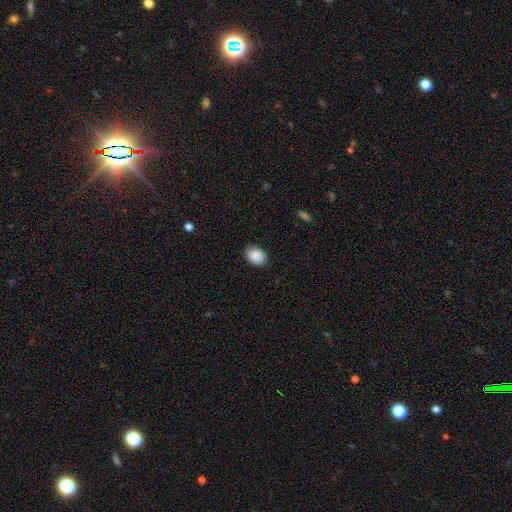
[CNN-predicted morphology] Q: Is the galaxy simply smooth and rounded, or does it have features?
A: smooth — 89%.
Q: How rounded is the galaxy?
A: in between — 70%.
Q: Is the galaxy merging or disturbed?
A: none — 85%.